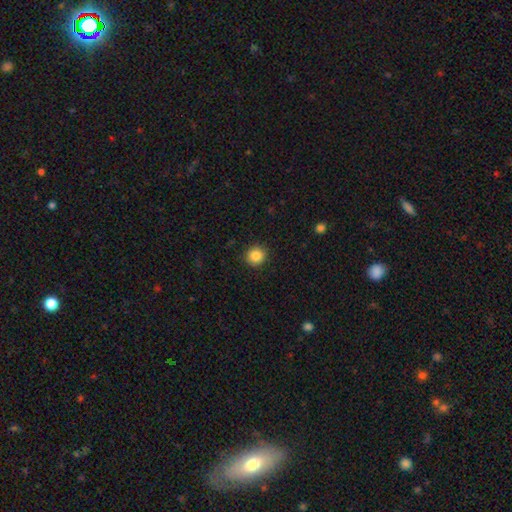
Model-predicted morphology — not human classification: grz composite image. It shows a smooth galaxy with no disk features (86%) that is round (92%). Merging: none (90%).